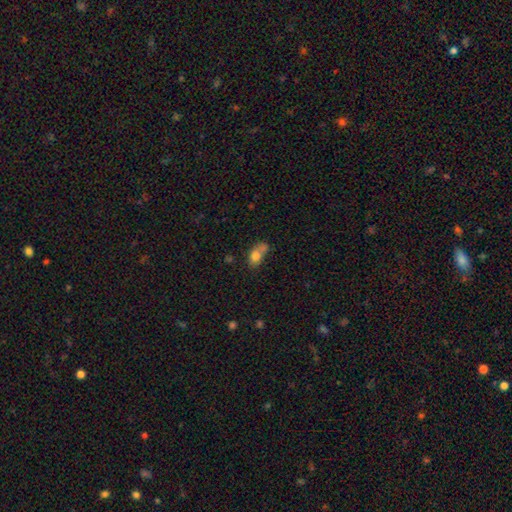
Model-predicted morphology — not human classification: Smooth or featured?
  - smooth: 76% *
  - featured or disk: 14%
  - star or artifact: 10%
How rounded?
  - in between: 75% *
  - round: 22%
  - cigar-shaped: 3%
Merging?
  - merger: 45% *
  - none: 27%
  - minor disturbance: 18%
  - major disturbance: 10%